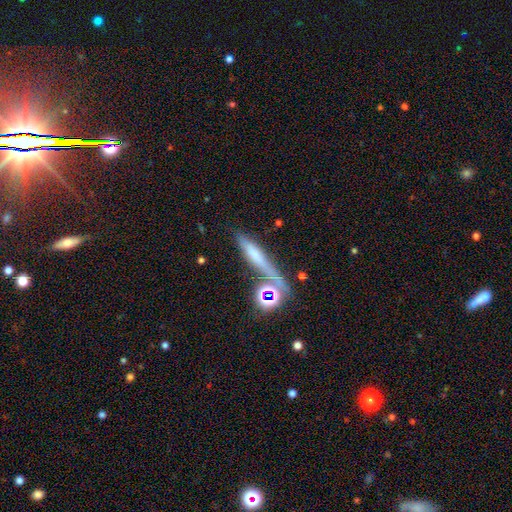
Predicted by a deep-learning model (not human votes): A smooth galaxy with no disk features (51%) that is cigar-shaped (71%).

Vote fractions:
- Smooth or featured? smooth: 51% / featured or disk: 28% / star or artifact: 22%
- How rounded? cigar-shaped: 71% / in between: 17% / round: 12%
- Merging? none: 58% / merger: 17% / minor disturbance: 16% / major disturbance: 9%